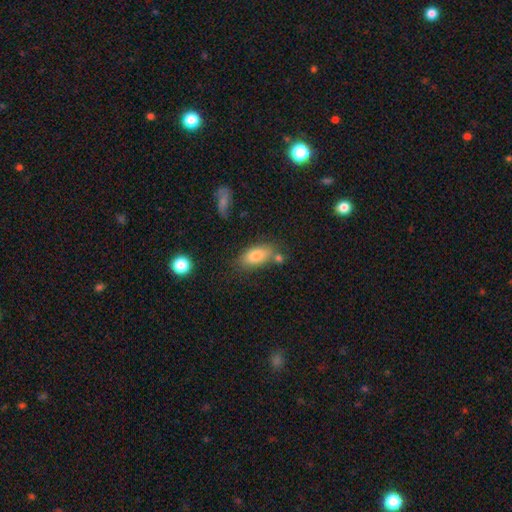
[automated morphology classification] The model was most divided on "merging": none: 68%, minor disturbance: 16%, merger: 11%, major disturbance: 4%. More confident: how rounded — in between (87%); smooth or featured — smooth (80%).